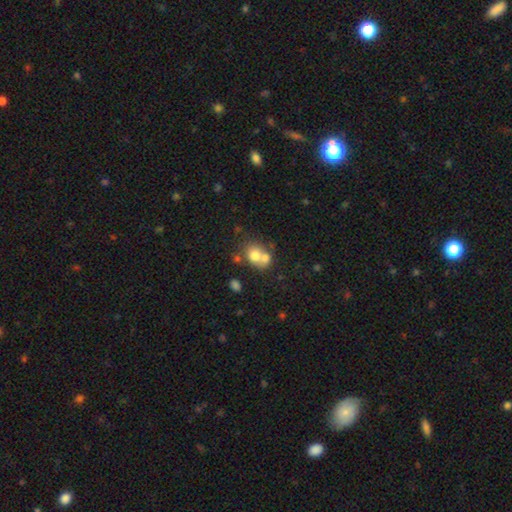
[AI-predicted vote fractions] Smooth or featured: smooth — 70% (featured or disk — 20%)
How rounded: round — 59% (in between — 40%)
Merging: merger — 56% (none — 31%)